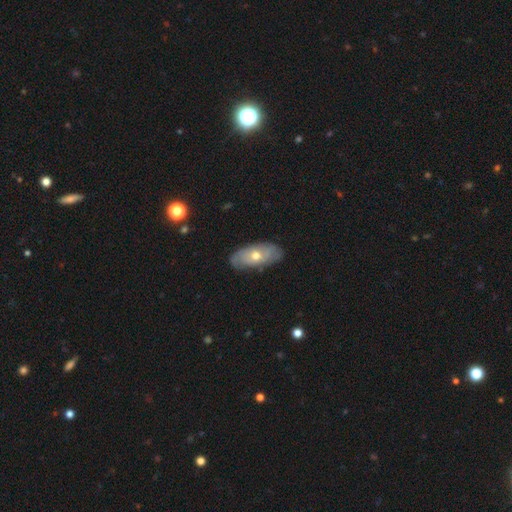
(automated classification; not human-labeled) This appears to be a featured or disk galaxy (55%). Merging: none (81%).